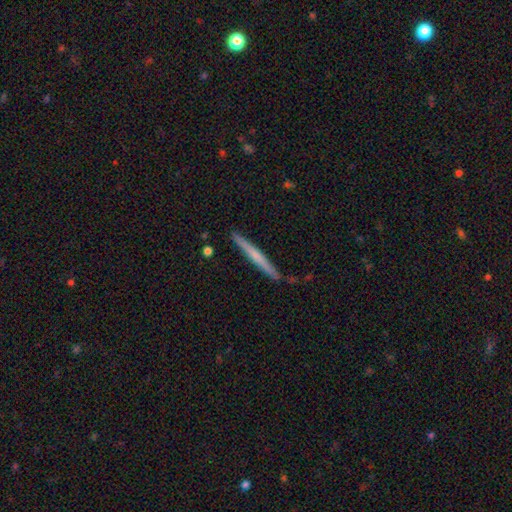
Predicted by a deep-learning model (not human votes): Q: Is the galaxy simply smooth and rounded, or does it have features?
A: featured or disk — 49%.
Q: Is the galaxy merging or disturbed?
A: none — 89%.